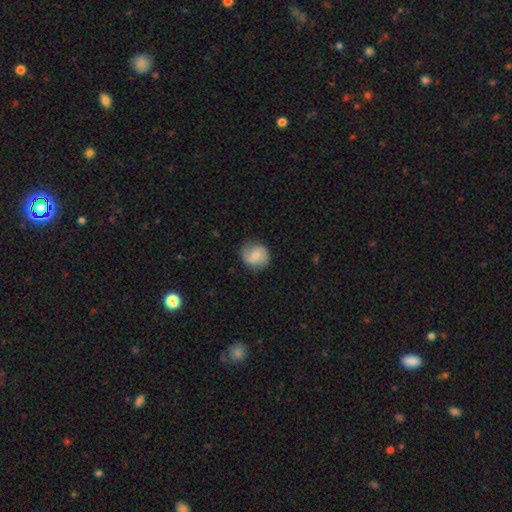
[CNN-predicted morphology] Q: Smooth or featured?
A: smooth (57%); runner-up: featured or disk (36%)
Q: How rounded?
A: round (82%); runner-up: in between (17%)
Q: Merging?
A: none (78%); runner-up: minor disturbance (17%)